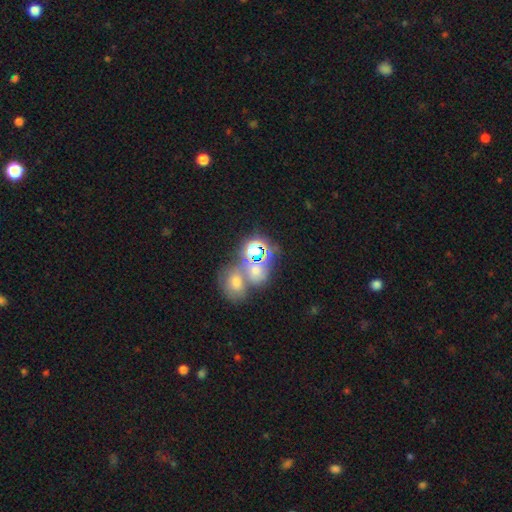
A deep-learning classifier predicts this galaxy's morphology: type=star or artifact (47%).